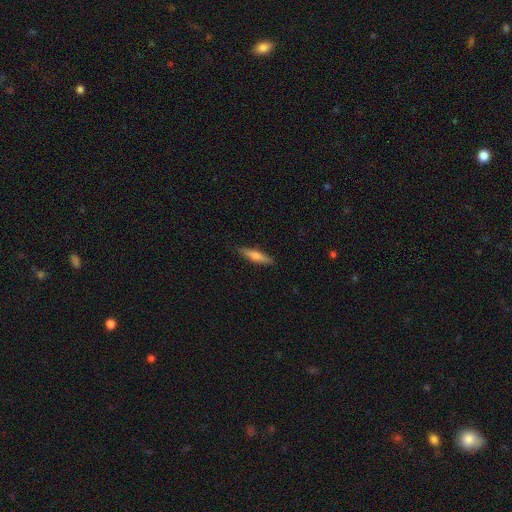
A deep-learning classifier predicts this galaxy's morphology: Overall: smooth (60%; featured or disk 35%). How rounded: cigar-shaped (81%). Merging: none (88%).